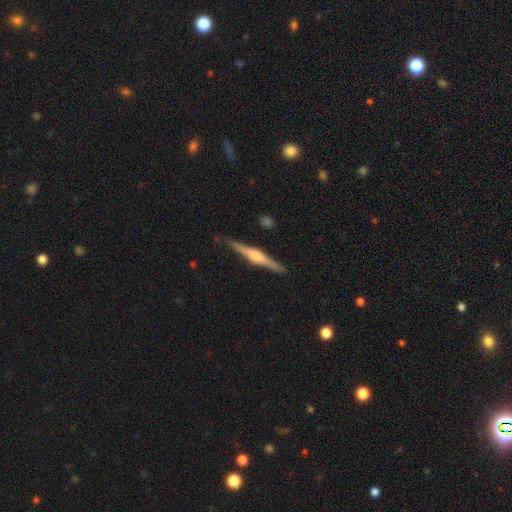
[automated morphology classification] smooth_or_featured: featured or disk (p=0.82) [alt: smooth p=0.13]
disk_edge_on: yes (p=0.99) [alt: no p=0.01]
edge_on_bulge: rounded (p=0.83) [alt: boxy p=0.13]
merging: none (p=0.90) [alt: minor disturbance p=0.07]